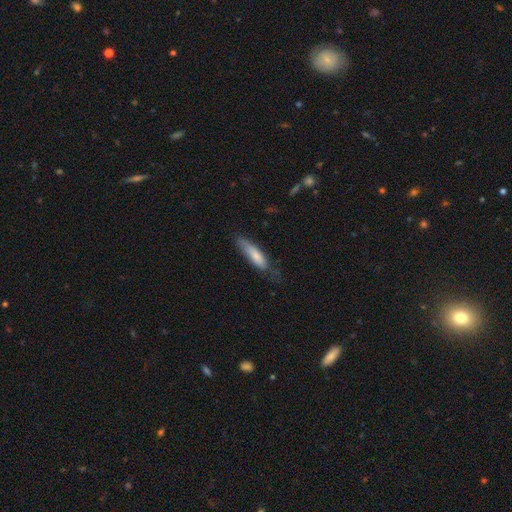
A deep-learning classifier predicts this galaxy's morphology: The model was most divided on "merging": none: 56%, minor disturbance: 31%, major disturbance: 11%, merger: 2%. More confident: smooth or featured — smooth (76%); how rounded — cigar-shaped (69%).